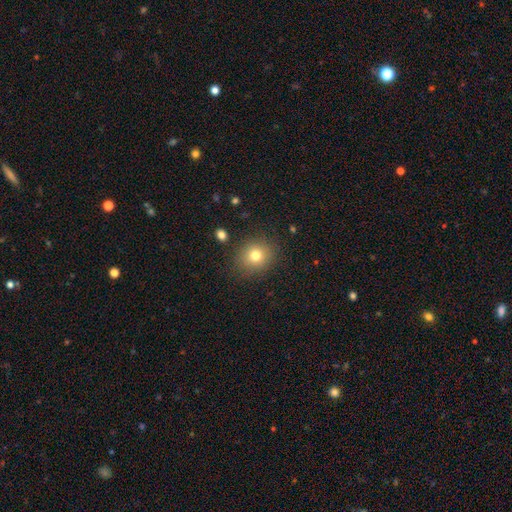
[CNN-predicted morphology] type=smooth (76%); roundness=round (76%); merging=none (86%).